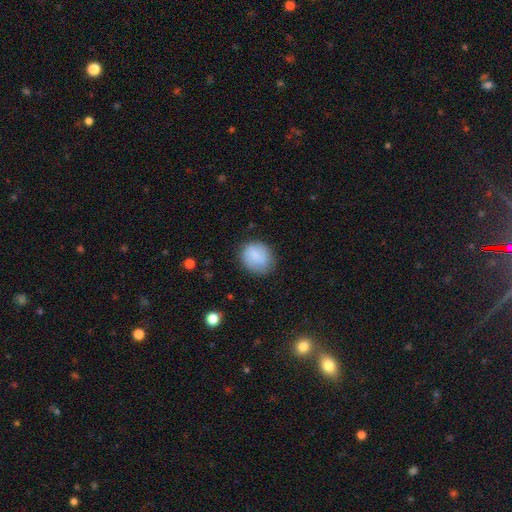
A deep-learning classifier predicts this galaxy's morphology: Smooth or featured?
  - smooth: 81% *
  - featured or disk: 12%
  - star or artifact: 7%
How rounded?
  - round: 65% *
  - in between: 34%
  - cigar-shaped: 1%
Merging?
  - none: 76% *
  - minor disturbance: 18%
  - major disturbance: 5%
  - merger: 1%